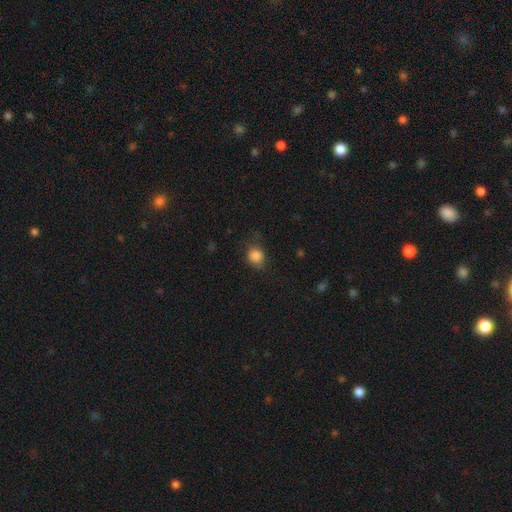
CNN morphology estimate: A smooth galaxy with no disk features (84%) that is round (69%). Merging: none (64%).